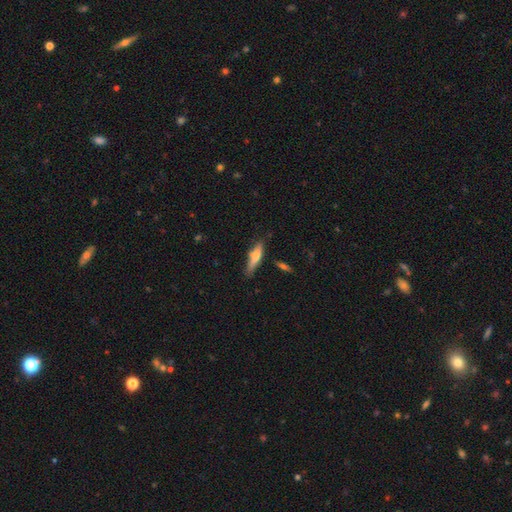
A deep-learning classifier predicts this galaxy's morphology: This appears to be a smooth galaxy with no disk features (62%) that is cigar-shaped (73%). Merging: none (66%).